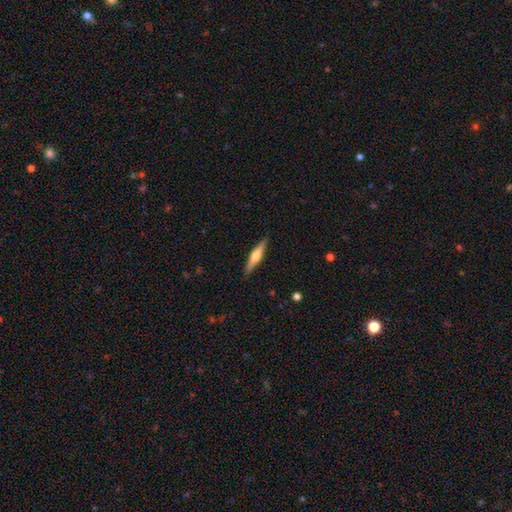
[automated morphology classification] smooth-or-featured: featured or disk: 59% | smooth: 36% | star or artifact: 5%
  disk-edge-on: yes: 97% | no: 3%
    edge-on-bulge: rounded: 86% | boxy: 10% | none: 5%
  merging: none: 89% | minor disturbance: 8% | major disturbance: 2% | merger: 1%